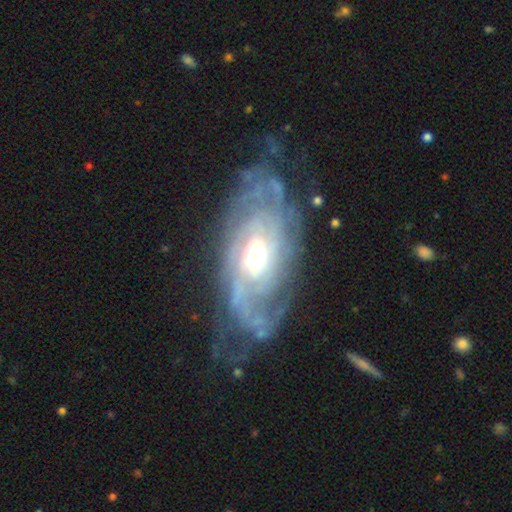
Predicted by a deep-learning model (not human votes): The model was most divided on "spiral arm count": can't tell: 44%, 2: 18%, 3: 14%, 4: 10%, more than 4: 9%, 1: 5%. More confident: spiral arms — yes (94%); edge-on disk — no (92%); smooth or featured — featured or disk (86%); spiral winding — tight (70%); merging — none (67%); bar — no (64%); bulge size — moderate (60%).